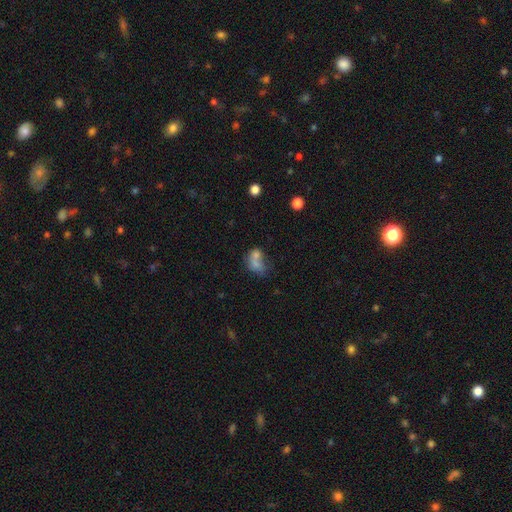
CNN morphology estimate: smooth 67%, featured or disk 19%, star or artifact 13%. Down the decision tree: how rounded — in between (68%); merging — merger (54%).